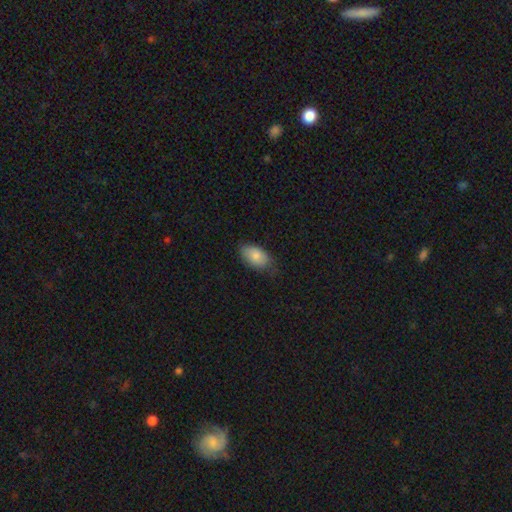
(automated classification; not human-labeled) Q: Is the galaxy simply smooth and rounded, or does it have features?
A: smooth — 84%.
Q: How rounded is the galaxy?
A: in between — 92%.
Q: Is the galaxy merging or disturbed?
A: none — 73%.